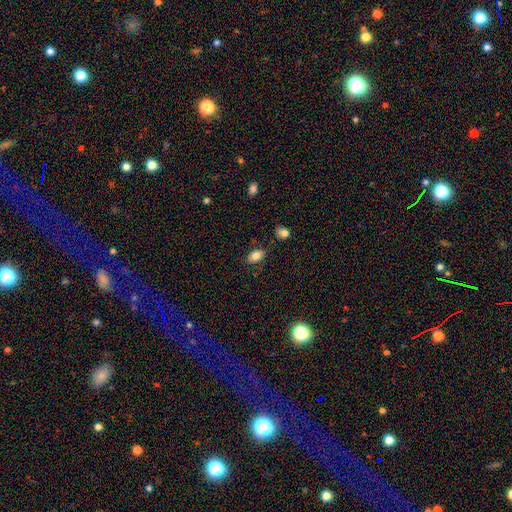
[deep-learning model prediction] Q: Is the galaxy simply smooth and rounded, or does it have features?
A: smooth — 82%.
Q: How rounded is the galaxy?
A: in between — 89%.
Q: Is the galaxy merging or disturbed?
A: none — 83%.